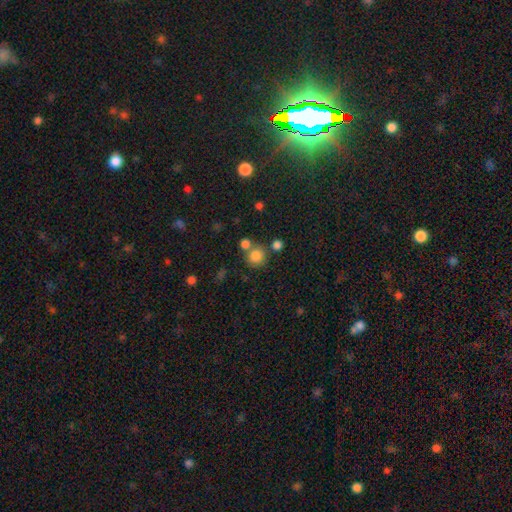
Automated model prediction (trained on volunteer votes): Overall: smooth (82%). How rounded: round (89%). Merging: none (65%).